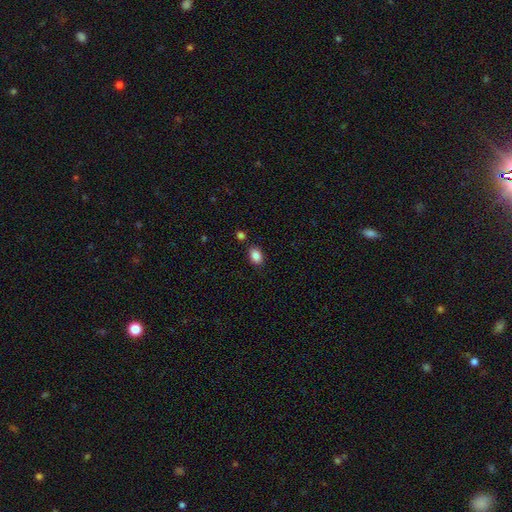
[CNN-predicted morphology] This appears to be a smooth galaxy with no disk features (87%) that is in between round and cigar-shaped (79%). Merging: none (81%).